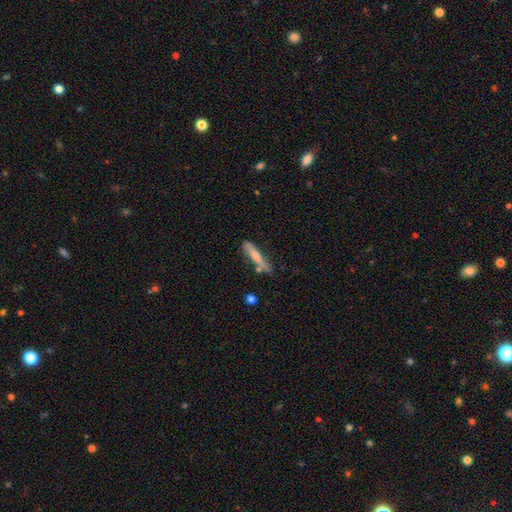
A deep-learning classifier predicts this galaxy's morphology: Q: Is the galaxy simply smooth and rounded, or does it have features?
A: smooth — 71%.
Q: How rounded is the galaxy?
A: cigar-shaped — 88%.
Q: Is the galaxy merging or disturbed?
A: none — 62%.